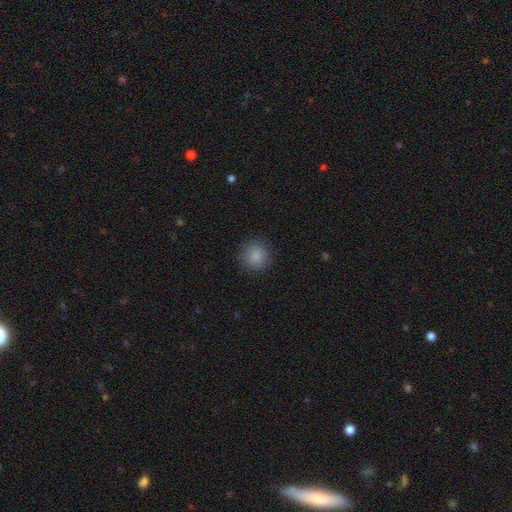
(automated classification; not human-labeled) Smooth or featured: smooth — 87% (star or artifact — 9%)
How rounded: round — 92% (in between — 7%)
Merging: none — 87% (minor disturbance — 9%)